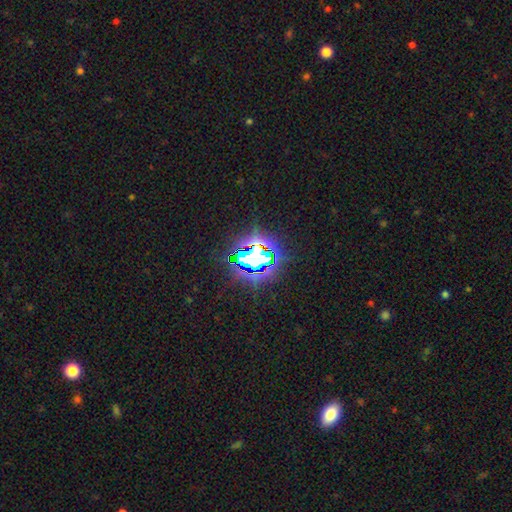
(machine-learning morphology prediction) star or artifact 77%, smooth 13%, featured or disk 10%.